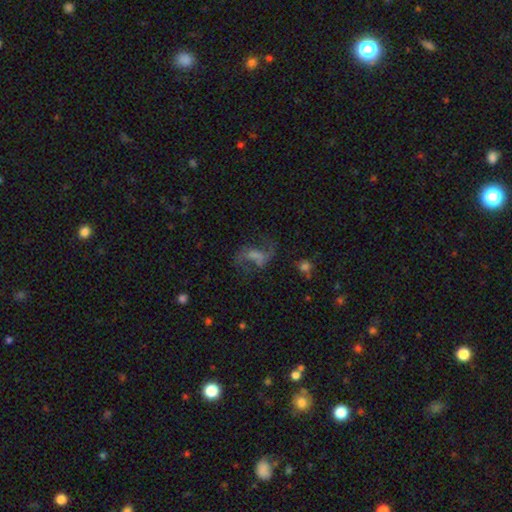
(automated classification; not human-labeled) This appears to be a featured or disk galaxy (61%) with a weak bar (43%), spiral arms (81%) and no central bulge (43%). Merging: none (55%).